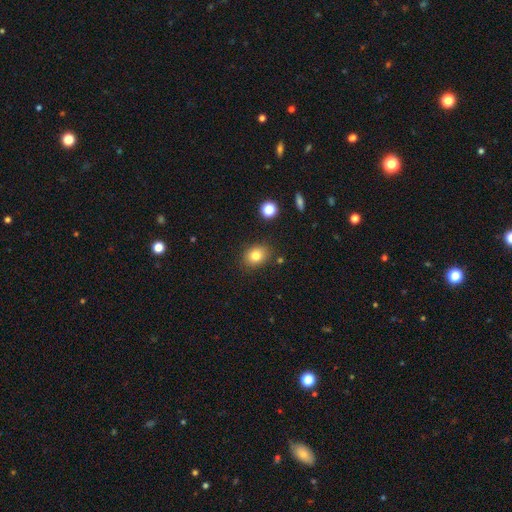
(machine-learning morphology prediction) Overall: smooth (80%). How rounded: in between (54%; round 45%). Merging: none (83%).